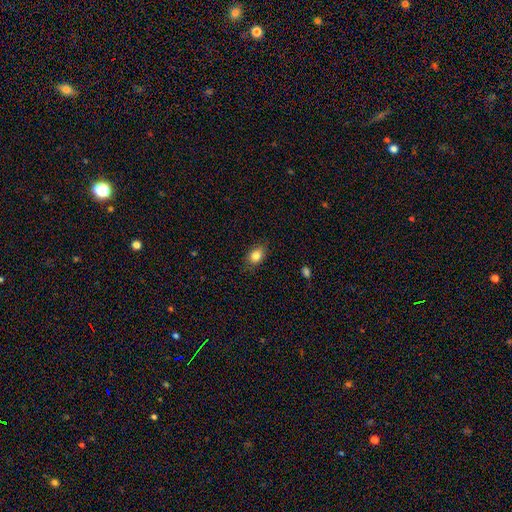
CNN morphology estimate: smooth-or-featured: smooth: 84% | star or artifact: 9% | featured or disk: 7%
  how-rounded: in between: 74% | round: 24% | cigar-shaped: 2%
  merging: none: 83% | minor disturbance: 13% | major disturbance: 3% | merger: 1%